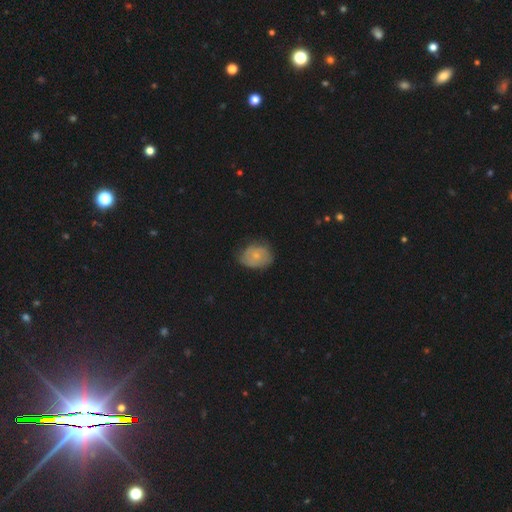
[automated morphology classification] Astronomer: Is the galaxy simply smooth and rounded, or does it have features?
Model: smooth — 55% (runner-up: featured or disk, 37%).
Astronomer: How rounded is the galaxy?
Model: in between — 58% (runner-up: round, 41%).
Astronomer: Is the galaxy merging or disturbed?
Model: none — 59%.